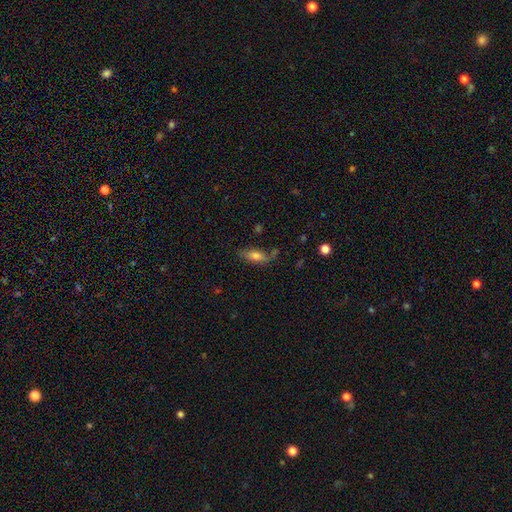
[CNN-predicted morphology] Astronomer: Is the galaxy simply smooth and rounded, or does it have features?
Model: smooth — 71%.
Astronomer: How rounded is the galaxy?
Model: in between — 68%.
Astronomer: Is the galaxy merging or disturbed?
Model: none — 66%.